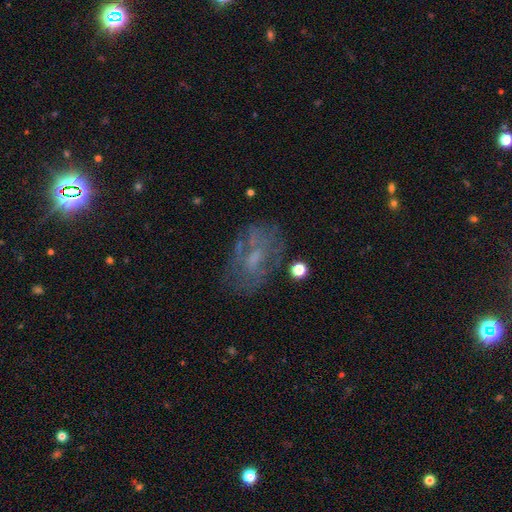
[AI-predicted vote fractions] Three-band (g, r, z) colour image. It shows a featured or disk galaxy (52%). Merging: none (65%).